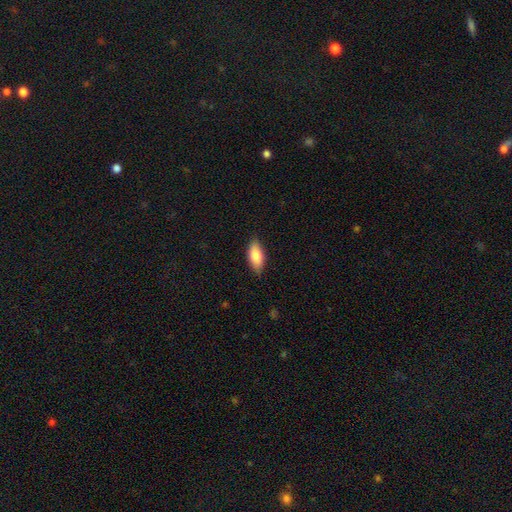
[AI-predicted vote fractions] This is clearly a smooth galaxy (82%). How rounded: clearly in between (85%). Merging: clearly none (83%).